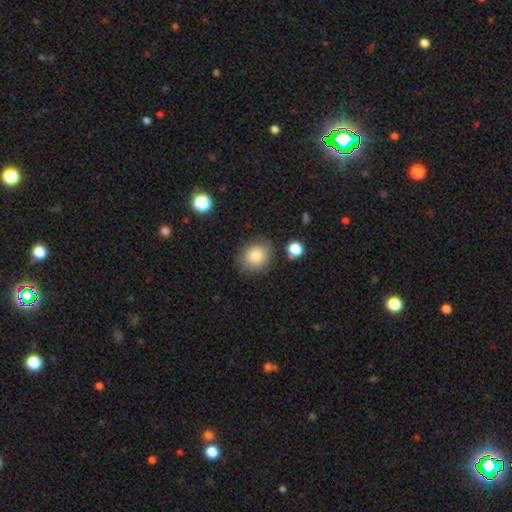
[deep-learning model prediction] smooth-or-featured: smooth: 81% | featured or disk: 9% | star or artifact: 9%
  how-rounded: round: 69% | in between: 30% | cigar-shaped: 1%
  merging: none: 79% | minor disturbance: 14% | major disturbance: 4% | merger: 3%